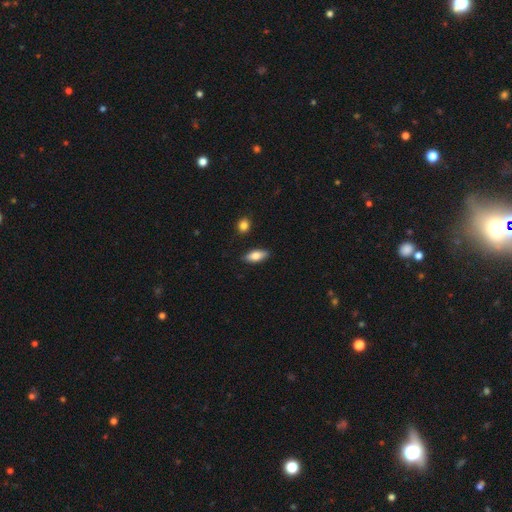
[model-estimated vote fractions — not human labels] This is likely a smooth galaxy (76%). How rounded: clearly in between (84%). Merging: clearly none (87%).